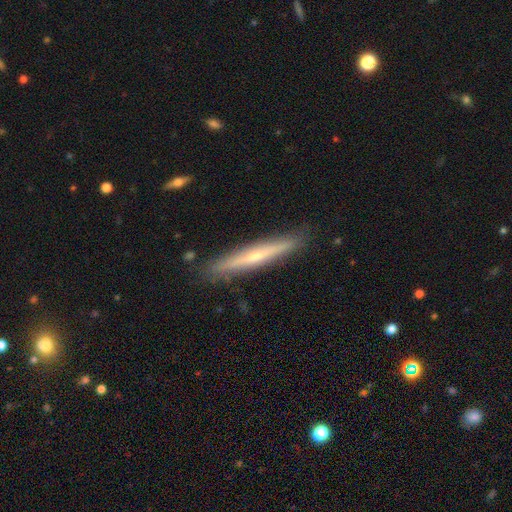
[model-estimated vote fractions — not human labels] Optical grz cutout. It shows a featured or disk galaxy (55%) viewed edge-on (95%) with a rounded central bulge (56%). Merging: none (89%).